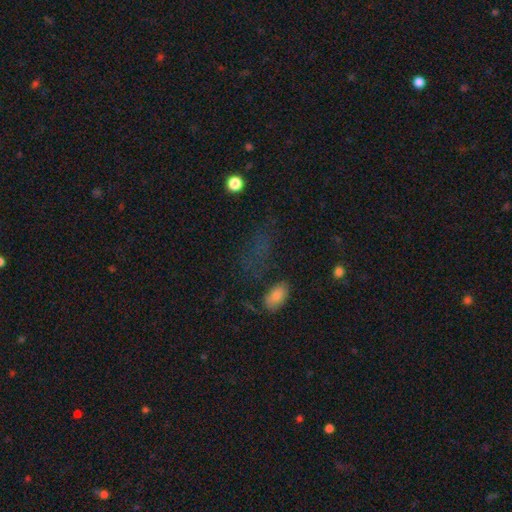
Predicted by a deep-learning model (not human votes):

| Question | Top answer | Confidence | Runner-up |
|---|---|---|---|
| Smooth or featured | smooth | 42% | star or artifact (41%) |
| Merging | none | 50% | major disturbance (22%) |